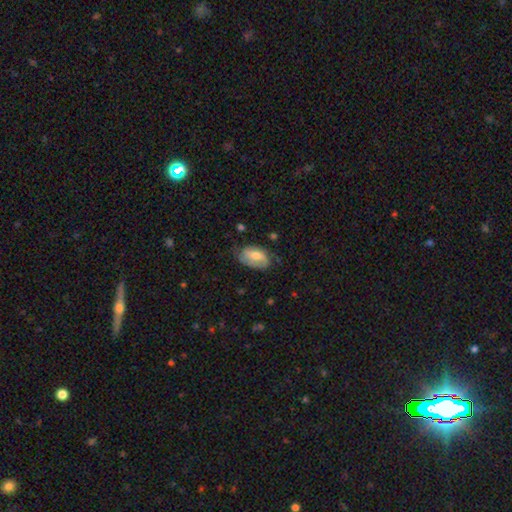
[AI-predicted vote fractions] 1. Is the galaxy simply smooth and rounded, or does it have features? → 53% smooth, 40% featured or disk, 7% star or artifact.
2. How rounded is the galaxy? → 91% in between, 7% round, 3% cigar-shaped.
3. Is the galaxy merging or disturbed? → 58% none, 30% minor disturbance, 10% major disturbance, 1% merger.